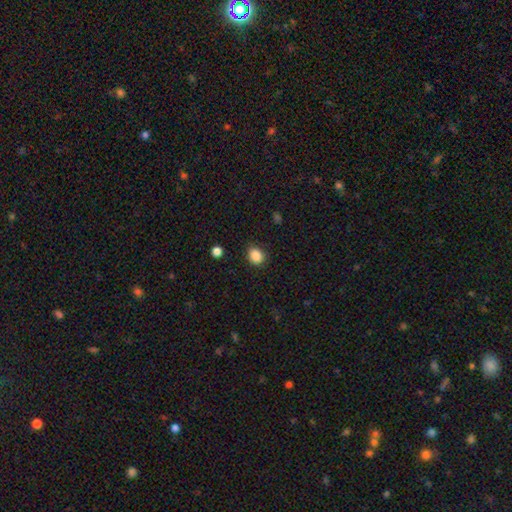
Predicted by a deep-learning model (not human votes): Smooth or featured: smooth — 87% (star or artifact — 10%)
How rounded: round — 54% (in between — 45%)
Merging: none — 84% (minor disturbance — 12%)